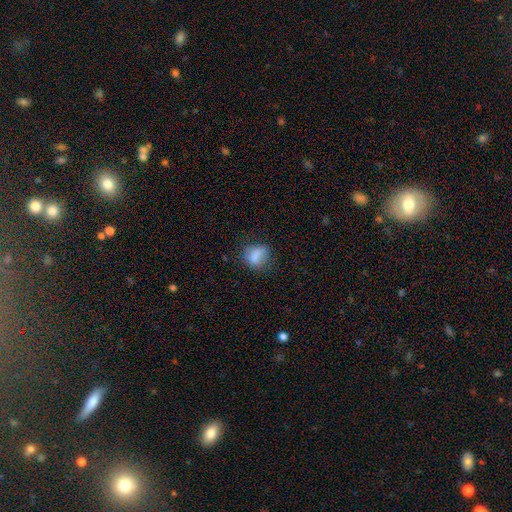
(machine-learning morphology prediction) Smooth or featured: smooth — 81% (star or artifact — 10%)
How rounded: round — 55% (in between — 44%)
Merging: none — 65% (minor disturbance — 24%)